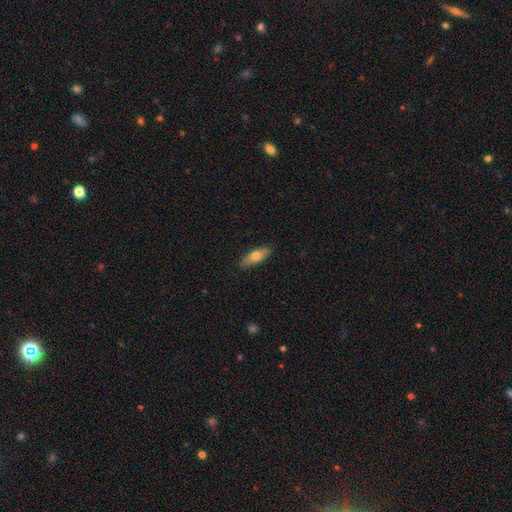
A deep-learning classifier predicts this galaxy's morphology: A smooth galaxy with no disk features (68%) that is in between round and cigar-shaped (69%). Merging: none (87%).